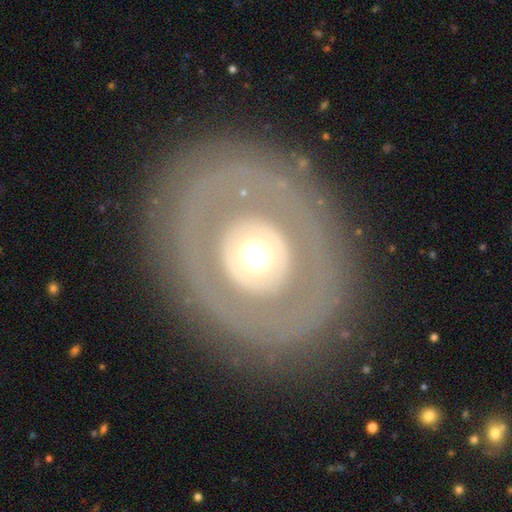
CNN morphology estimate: The model was most divided on "smooth or featured": featured or disk: 60%, smooth: 34%, star or artifact: 6%. More confident: edge-on disk — no (94%); bar — no (91%); spiral arms — no (90%); merging — none (83%); bulge size — moderate (60%).